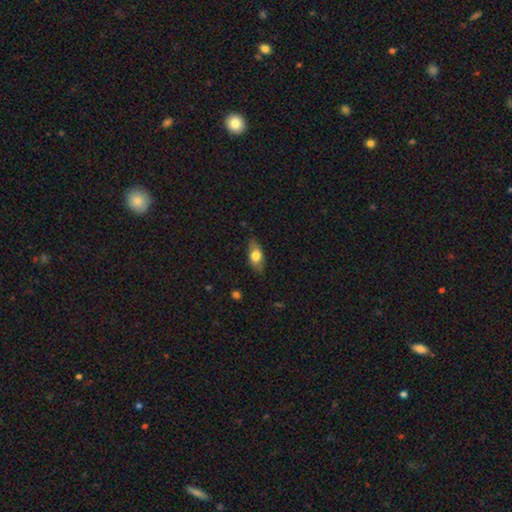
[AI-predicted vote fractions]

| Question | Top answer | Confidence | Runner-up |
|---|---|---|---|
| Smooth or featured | smooth | 68% | featured or disk (25%) |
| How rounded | in between | 82% | cigar-shaped (12%) |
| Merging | none | 79% | minor disturbance (17%) |